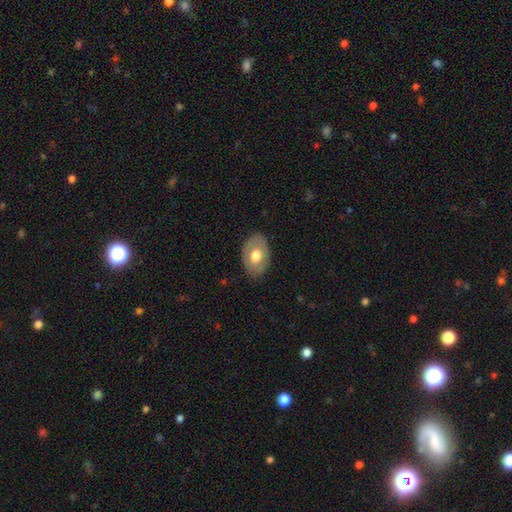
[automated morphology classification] A smooth galaxy with no disk features (60%) that is in between round and cigar-shaped (85%). Merging: none (80%).